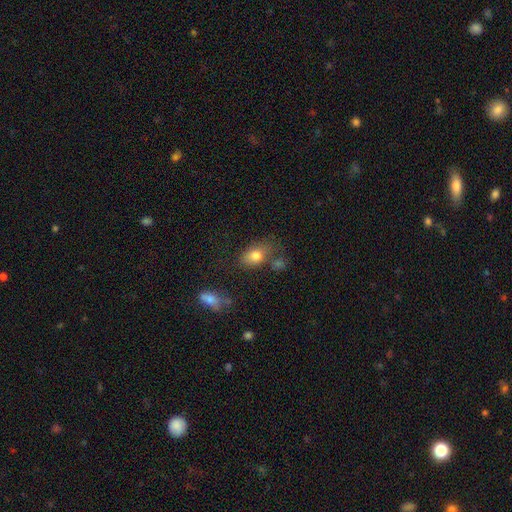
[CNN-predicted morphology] This appears to be a smooth galaxy with no disk features (79%) that is in between round and cigar-shaped (77%). Merging: none (56%).